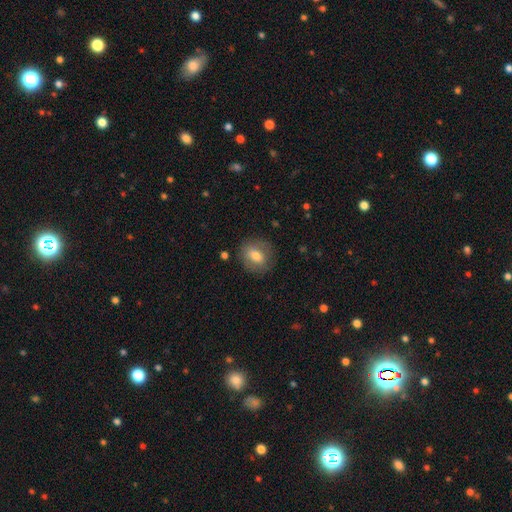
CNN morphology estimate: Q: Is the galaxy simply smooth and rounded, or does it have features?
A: smooth — 70%.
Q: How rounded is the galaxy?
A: round — 70%.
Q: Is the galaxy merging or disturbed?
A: none — 83%.